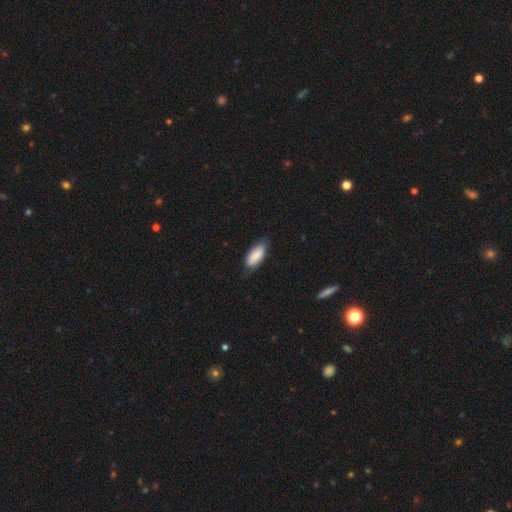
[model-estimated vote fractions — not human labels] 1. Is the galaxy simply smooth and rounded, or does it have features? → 86% smooth, 8% featured or disk, 6% star or artifact.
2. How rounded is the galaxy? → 84% in between, 14% cigar-shaped, 2% round.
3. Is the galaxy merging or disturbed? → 72% none, 23% minor disturbance, 4% major disturbance, 1% merger.